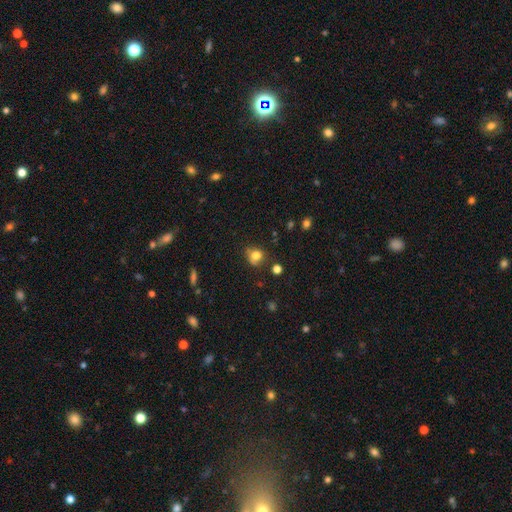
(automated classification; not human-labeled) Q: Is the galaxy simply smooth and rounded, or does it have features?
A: smooth — 76%.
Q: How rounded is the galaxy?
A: round — 75%.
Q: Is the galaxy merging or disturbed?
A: none — 63%.